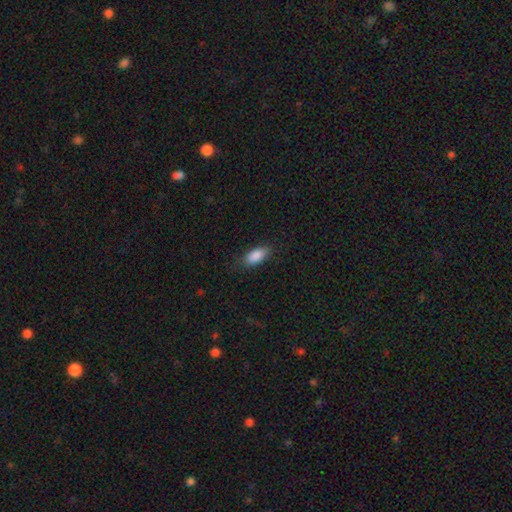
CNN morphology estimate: This is clearly a smooth galaxy (88%). How rounded: clearly in between (88%). Merging: clearly none (82%).